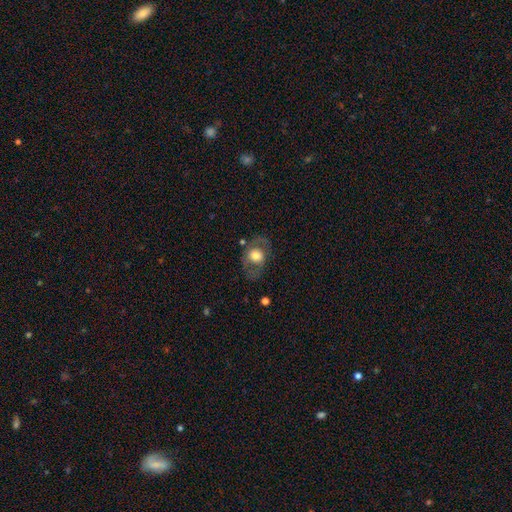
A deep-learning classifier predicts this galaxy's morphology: Q: Smooth or featured?
A: smooth (52%); runner-up: featured or disk (40%)
Q: How rounded?
A: in between (51%); runner-up: round (48%)
Q: Merging?
A: none (67%); runner-up: minor disturbance (17%)